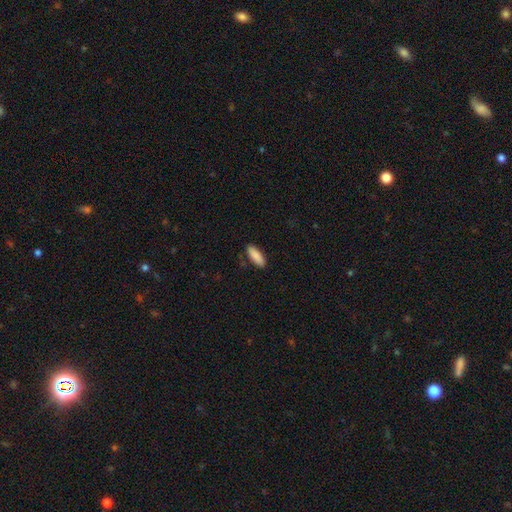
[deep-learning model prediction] smooth-or-featured: smooth: 89% | star or artifact: 6% | featured or disk: 5%
  how-rounded: in between: 67% | cigar-shaped: 32% | round: 2%
  merging: none: 85% | minor disturbance: 11% | major disturbance: 2% | merger: 2%